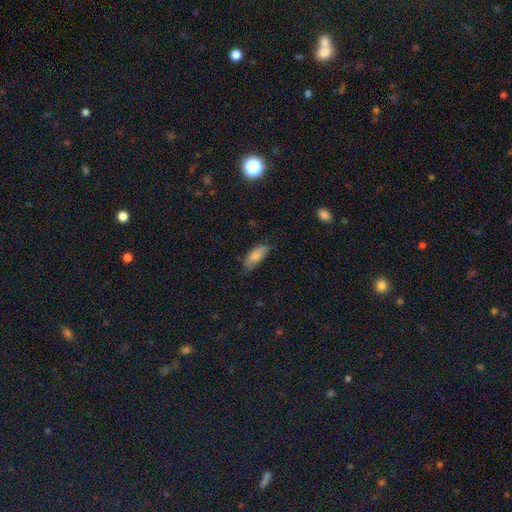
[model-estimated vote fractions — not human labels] Smooth or featured? smooth (79%)
How rounded? in between (80%)
Merging? none (60%)